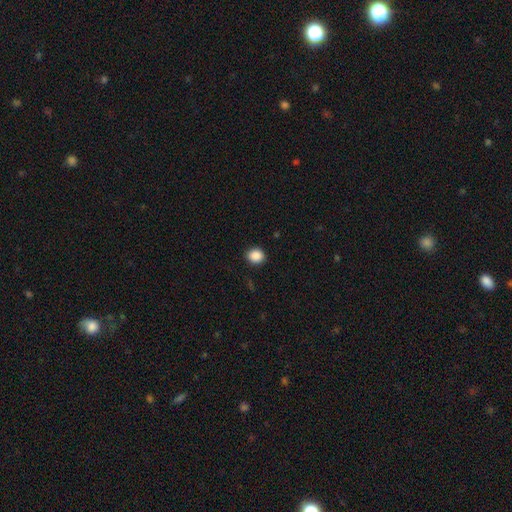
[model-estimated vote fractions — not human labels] Smooth or featured? Predicted: smooth (p=0.89). How rounded? Predicted: round (p=0.76). Merging? Predicted: none (p=0.91).